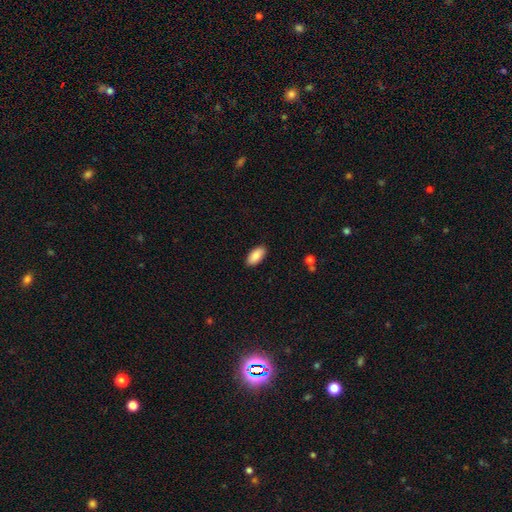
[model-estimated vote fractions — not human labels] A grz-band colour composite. It shows a smooth galaxy with no disk features (88%) that is in between round and cigar-shaped (93%). Merging: none (90%).